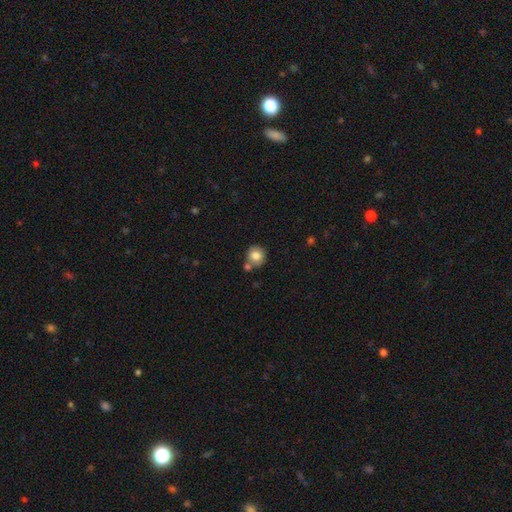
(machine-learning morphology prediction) smooth_or_featured: smooth (p=0.82) [alt: star or artifact p=0.09]
how_rounded: round (p=0.88) [alt: in between p=0.11]
merging: none (p=0.69) [alt: merger p=0.17]